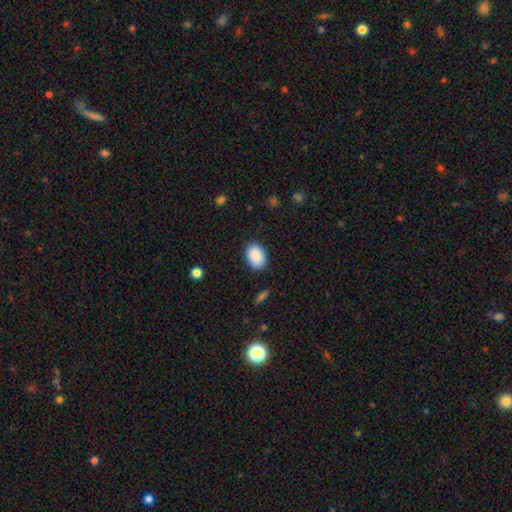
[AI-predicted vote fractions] smooth_or_featured: smooth (p=0.90) [alt: star or artifact p=0.07]
how_rounded: in between (p=0.81) [alt: round p=0.18]
merging: none (p=0.86) [alt: minor disturbance p=0.10]